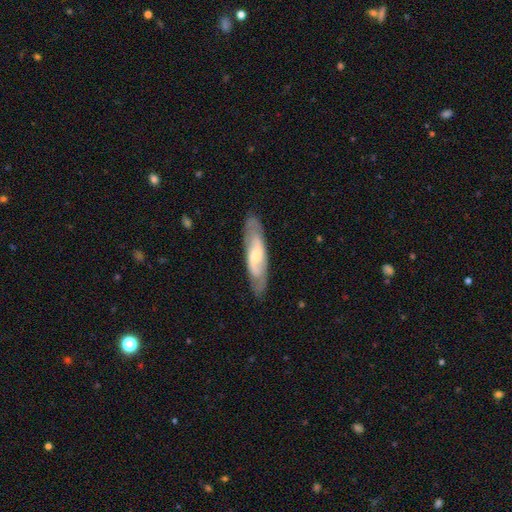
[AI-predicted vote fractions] Morphology: type=featured or disk (59%); edge-on=no (74%); merging=none (82%).